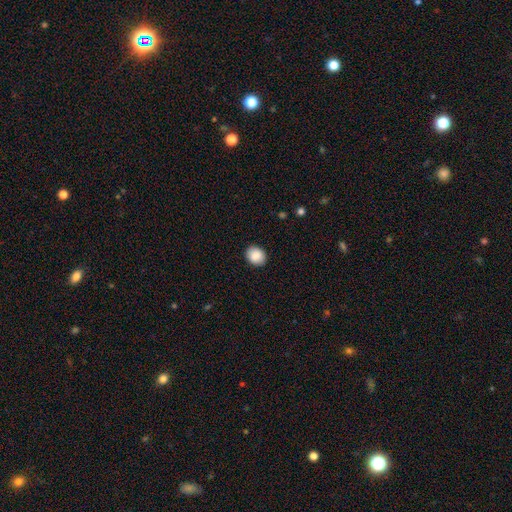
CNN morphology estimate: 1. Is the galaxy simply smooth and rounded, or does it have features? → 88% smooth, 7% star or artifact, 5% featured or disk.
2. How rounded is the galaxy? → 60% round, 40% in between, 1% cigar-shaped.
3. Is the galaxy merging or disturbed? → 90% none, 7% minor disturbance, 2% major disturbance, 1% merger.